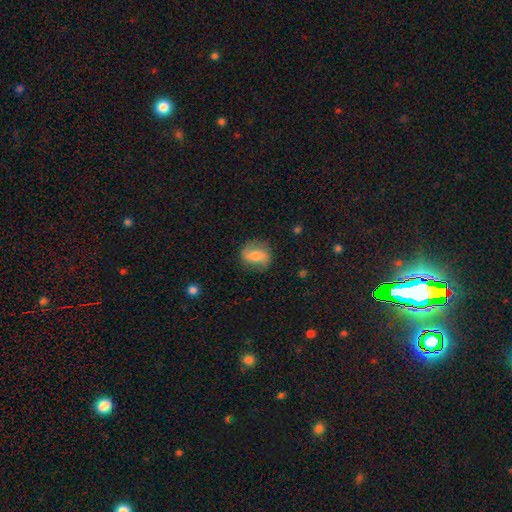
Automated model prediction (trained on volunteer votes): Morphology: type=featured or disk (47%); merging=none (77%).